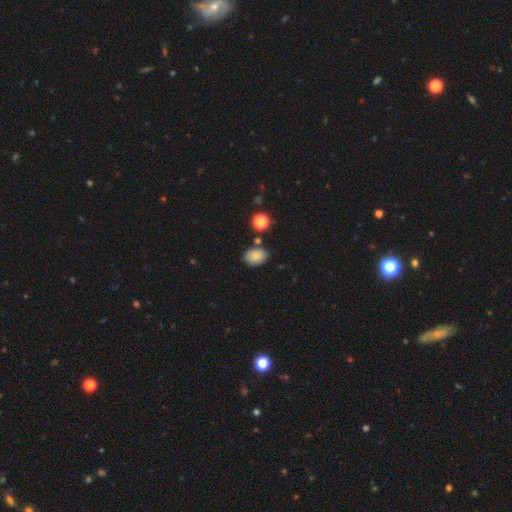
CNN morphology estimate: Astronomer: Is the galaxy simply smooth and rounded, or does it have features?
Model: smooth — 84%.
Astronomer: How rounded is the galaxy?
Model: in between — 75%.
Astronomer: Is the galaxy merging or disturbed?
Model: none — 77%.